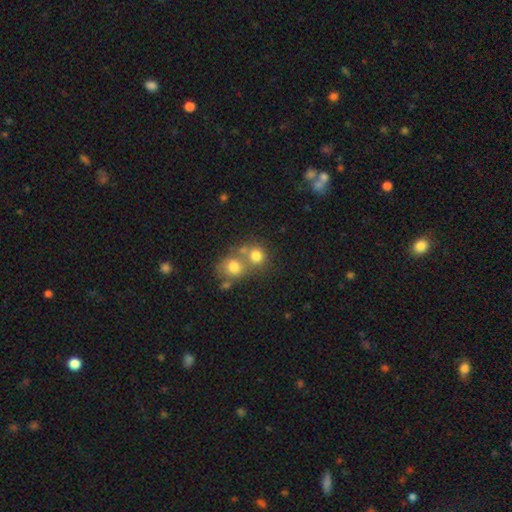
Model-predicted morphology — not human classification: This is likely a smooth galaxy (75%). How rounded: likely round (78%). Merging: possibly merger (47%).